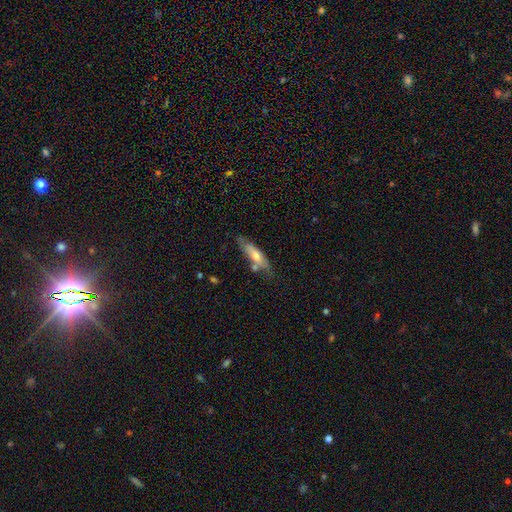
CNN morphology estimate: This is possibly a smooth galaxy (54%). How rounded: possibly cigar-shaped (60%). Merging: likely none (64%).